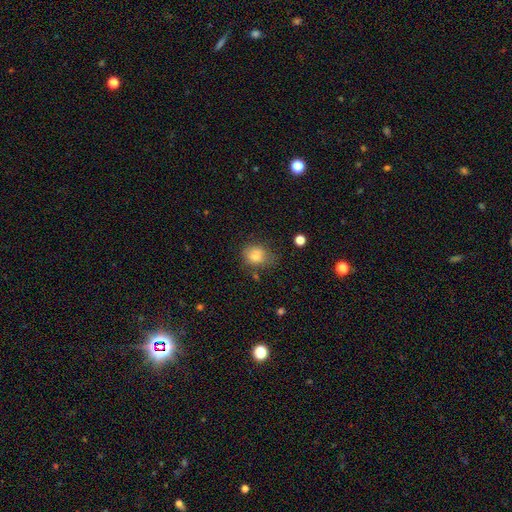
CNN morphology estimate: Smooth or featured?
  - smooth: 82% *
  - star or artifact: 10%
  - featured or disk: 8%
How rounded?
  - round: 53% *
  - in between: 46%
  - cigar-shaped: 1%
Merging?
  - none: 55% *
  - minor disturbance: 30%
  - major disturbance: 12%
  - merger: 4%